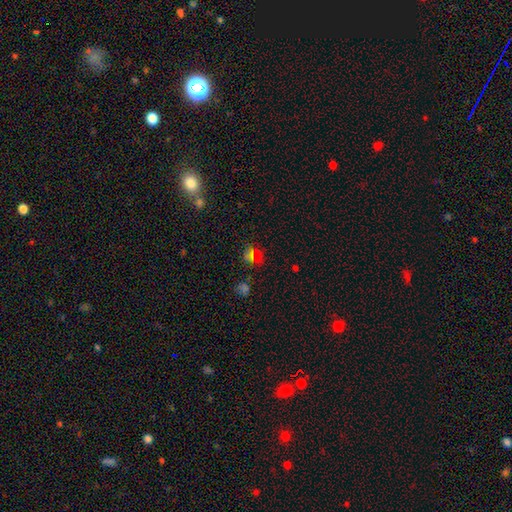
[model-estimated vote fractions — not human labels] Overall: smooth (50%; star or artifact 41%). How rounded: round (79%). Merging: none (77%).